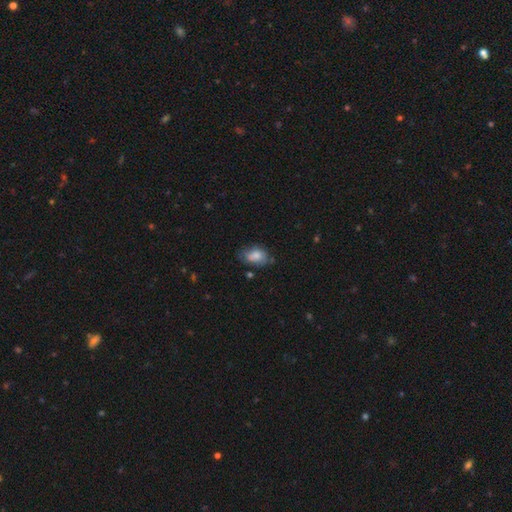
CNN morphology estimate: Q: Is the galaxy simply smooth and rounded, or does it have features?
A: smooth — 72%.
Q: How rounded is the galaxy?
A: in between — 84%.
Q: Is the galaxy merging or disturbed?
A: none — 56%.